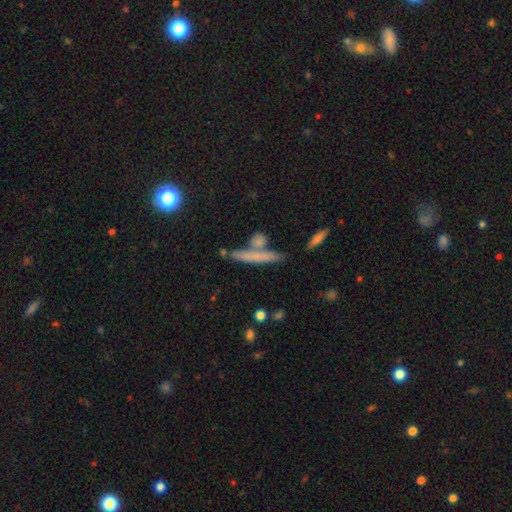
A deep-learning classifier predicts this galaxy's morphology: This appears to be a smooth galaxy with no disk features (57%) that is cigar-shaped (89%). Merging: none (67%).